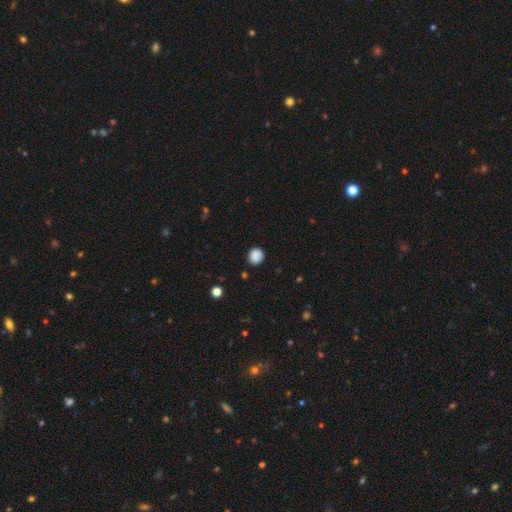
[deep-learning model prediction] Morphology: type=smooth (88%); roundness=round (85%); merging=none (89%).